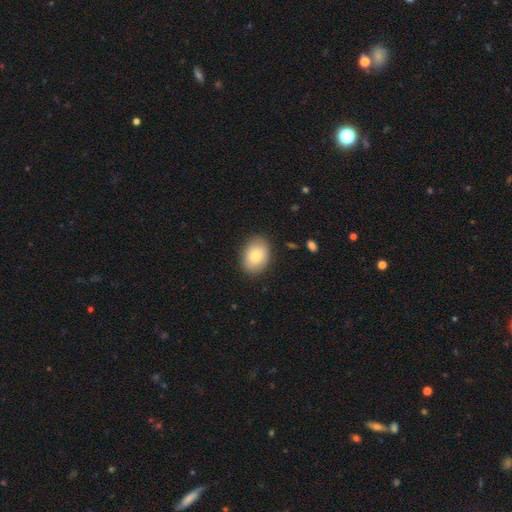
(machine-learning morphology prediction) type=smooth (79%); roundness=in between (71%); merging=none (86%).